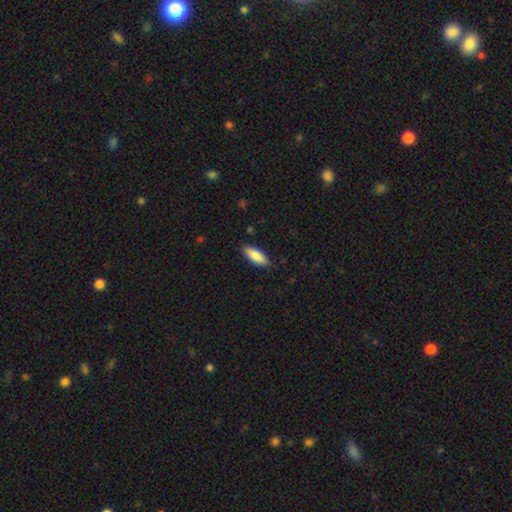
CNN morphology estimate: smooth 86%, featured or disk 9%, star or artifact 6%. Down the decision tree: how rounded — in between (70%); merging — none (87%).